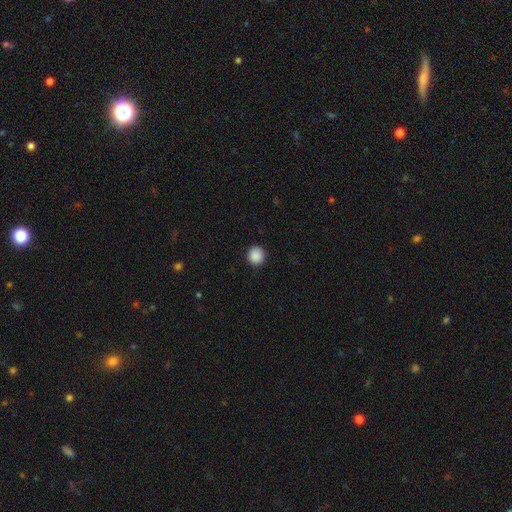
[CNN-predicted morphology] type=smooth (89%); roundness=round (93%); merging=none (92%).